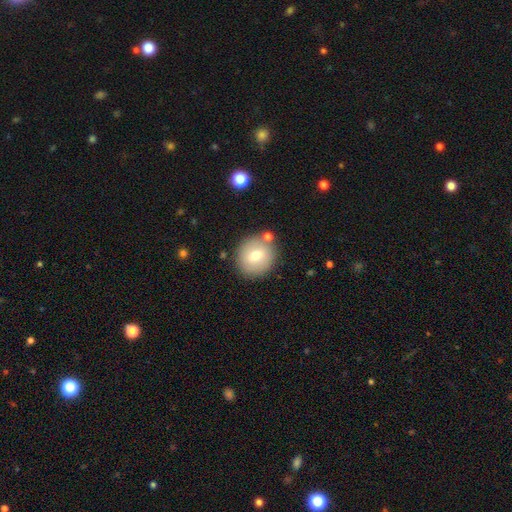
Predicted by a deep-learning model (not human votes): smooth-or-featured: smooth: 70% | featured or disk: 21% | star or artifact: 9%
  how-rounded: round: 89% | in between: 10% | cigar-shaped: 1%
  merging: none: 81% | minor disturbance: 9% | merger: 6% | major disturbance: 3%